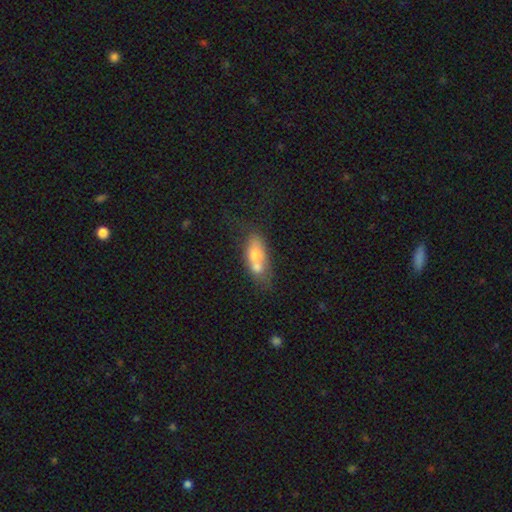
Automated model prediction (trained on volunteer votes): Morphology: type=smooth (63%); roundness=in between (73%); merging=merger (54%).